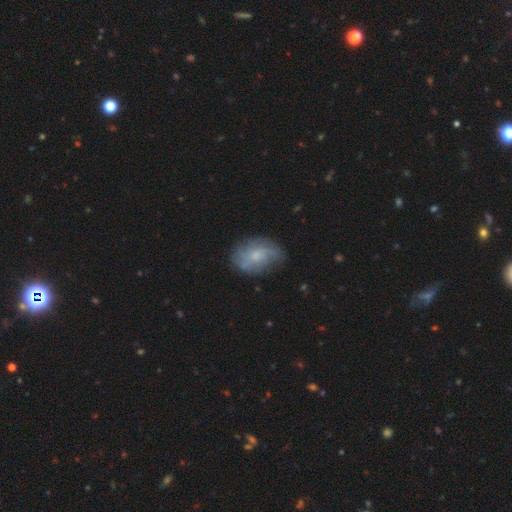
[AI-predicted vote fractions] The model was most divided on "smooth or featured": smooth: 50%, featured or disk: 42%, star or artifact: 8%. More confident: how rounded — in between (78%); merging — none (60%).